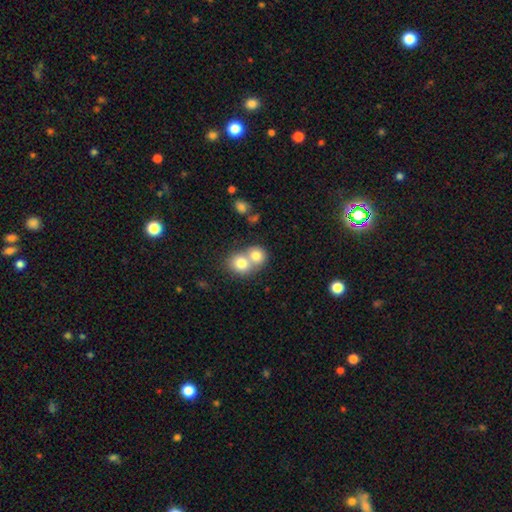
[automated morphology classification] The model was most divided on "merging": merger: 65%, none: 29%, minor disturbance: 4%, major disturbance: 2%. More confident: how rounded — round (77%); smooth or featured — smooth (77%).